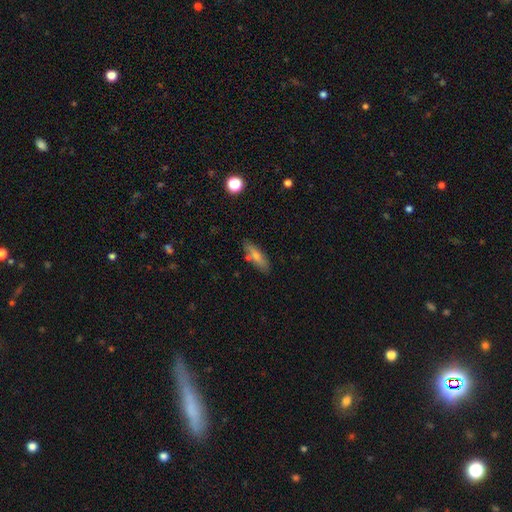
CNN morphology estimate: type=smooth (58%); roundness=cigar-shaped (54%); merging=none (80%).